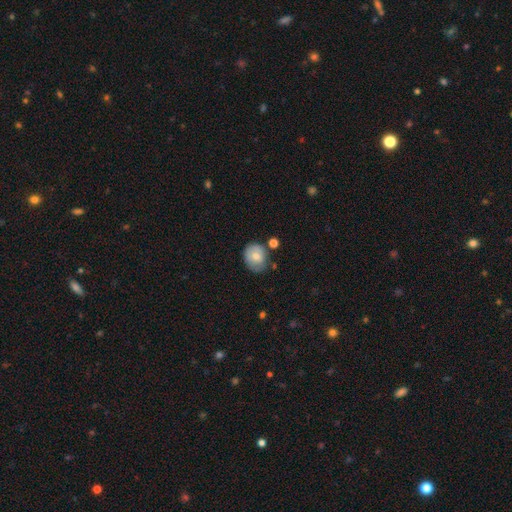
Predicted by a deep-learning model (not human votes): This is likely a smooth galaxy (73%). How rounded: likely round (62%). Merging: likely none (62%).